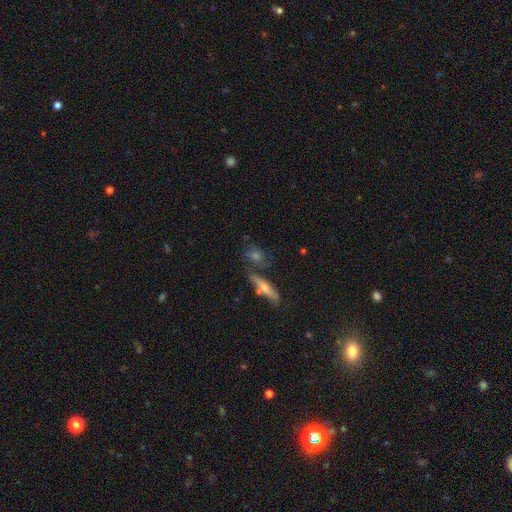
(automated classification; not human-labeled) This is marginally a featured or disk galaxy (43%). Merging: likely none (63%).